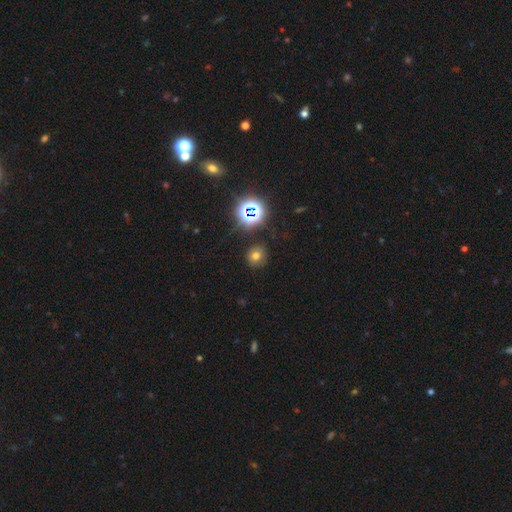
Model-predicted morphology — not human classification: This is likely a smooth galaxy (65%). How rounded: clearly round (86%). Merging: clearly none (86%).